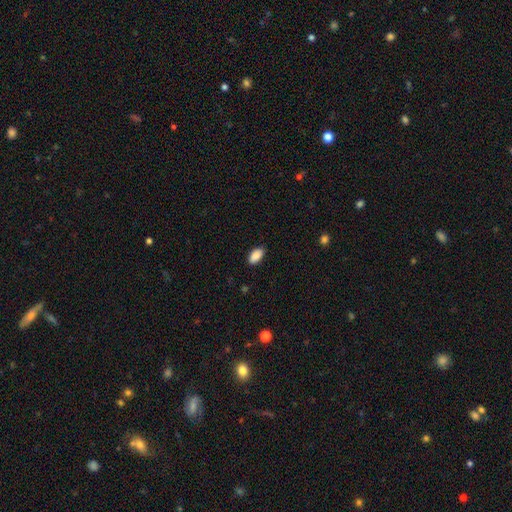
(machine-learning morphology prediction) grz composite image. It shows a smooth galaxy with no disk features (89%) that is in between round and cigar-shaped (93%). Merging: none (87%).